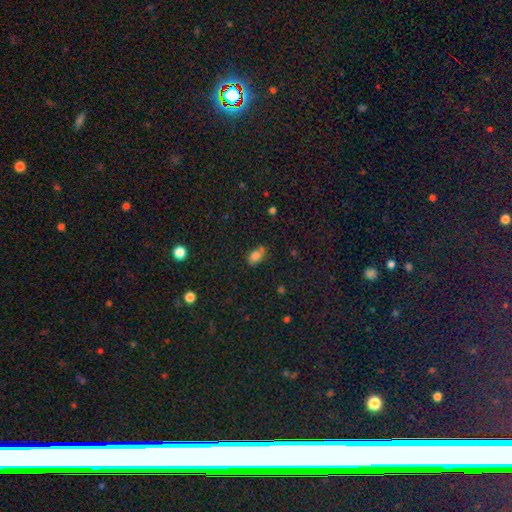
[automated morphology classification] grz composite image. It shows a smooth galaxy with no disk features (76%) that is in between round and cigar-shaped (75%). Merging: none (53%).